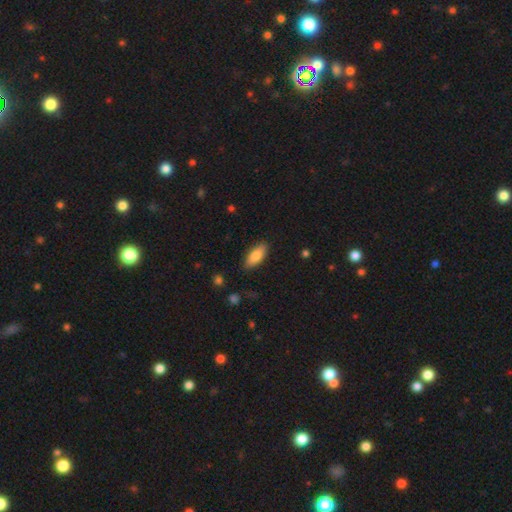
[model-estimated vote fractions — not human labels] This is likely a smooth galaxy (80%). How rounded: clearly in between (82%). Merging: clearly none (87%).